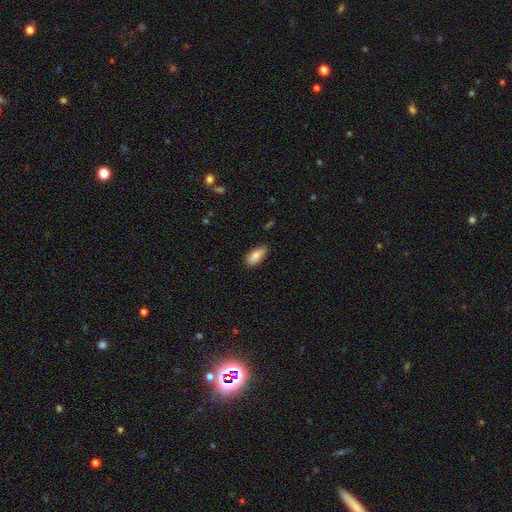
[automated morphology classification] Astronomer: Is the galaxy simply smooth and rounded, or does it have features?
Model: smooth — 84%.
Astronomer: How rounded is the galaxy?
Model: in between — 89%.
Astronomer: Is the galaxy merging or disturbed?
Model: none — 81%.